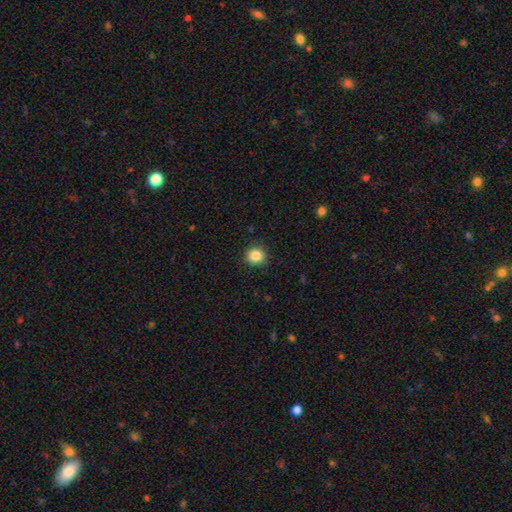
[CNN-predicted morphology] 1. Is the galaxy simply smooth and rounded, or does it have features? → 86% smooth, 10% star or artifact, 4% featured or disk.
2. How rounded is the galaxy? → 91% round, 9% in between, 1% cigar-shaped.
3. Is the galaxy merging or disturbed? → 91% none, 6% minor disturbance, 2% major disturbance, 1% merger.